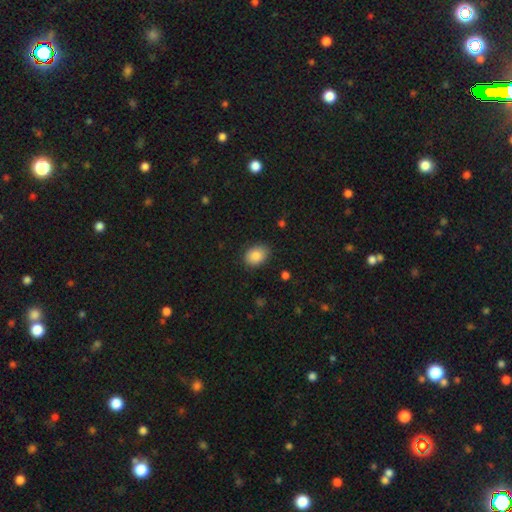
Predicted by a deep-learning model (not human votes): smooth-or-featured: smooth: 87% | star or artifact: 8% | featured or disk: 5%
  how-rounded: in between: 67% | round: 32% | cigar-shaped: 1%
  merging: none: 84% | minor disturbance: 12% | major disturbance: 3% | merger: 1%